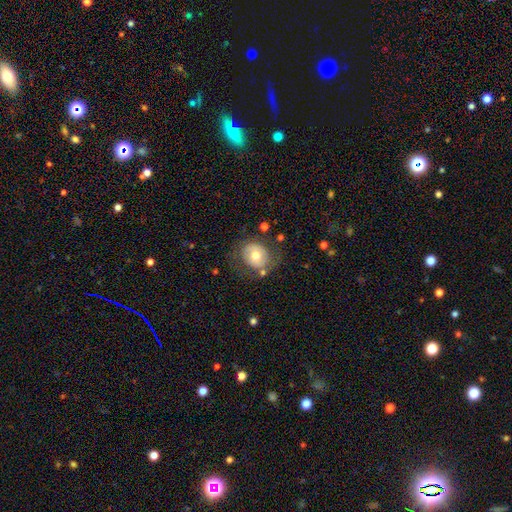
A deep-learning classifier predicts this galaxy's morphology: Smooth or featured?
  - smooth: 55% *
  - featured or disk: 37%
  - star or artifact: 8%
How rounded?
  - round: 68% *
  - in between: 31%
  - cigar-shaped: 1%
Merging?
  - none: 63% *
  - minor disturbance: 20%
  - major disturbance: 13%
  - merger: 4%